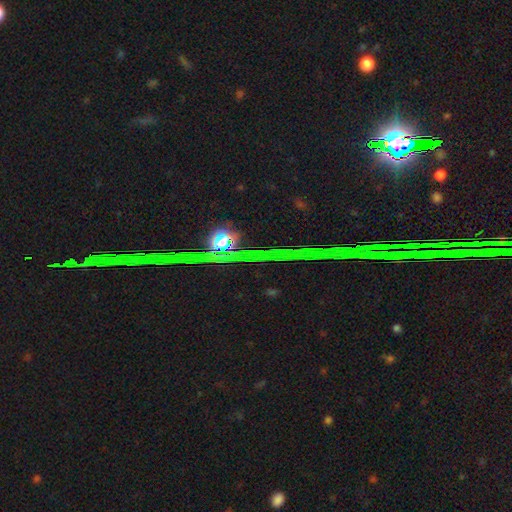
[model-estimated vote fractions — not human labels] Q: Smooth or featured?
A: star or artifact (78%); runner-up: featured or disk (14%)